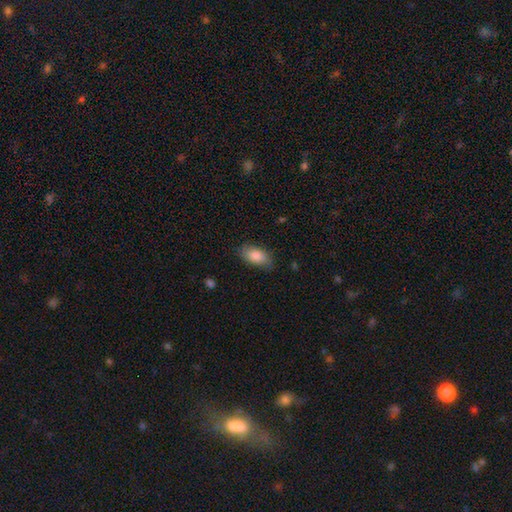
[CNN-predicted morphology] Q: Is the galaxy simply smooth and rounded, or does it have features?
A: smooth — 85%.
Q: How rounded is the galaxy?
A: in between — 92%.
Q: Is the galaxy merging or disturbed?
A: none — 79%.